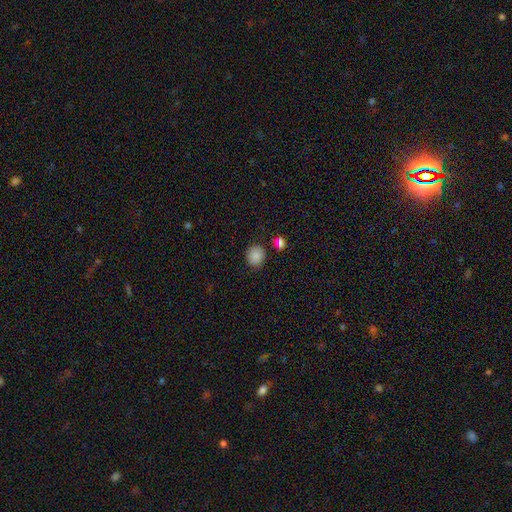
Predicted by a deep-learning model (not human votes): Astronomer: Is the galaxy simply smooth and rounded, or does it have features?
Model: smooth — 85%.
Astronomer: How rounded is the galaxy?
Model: round — 81%.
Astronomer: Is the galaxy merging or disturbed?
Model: none — 83%.